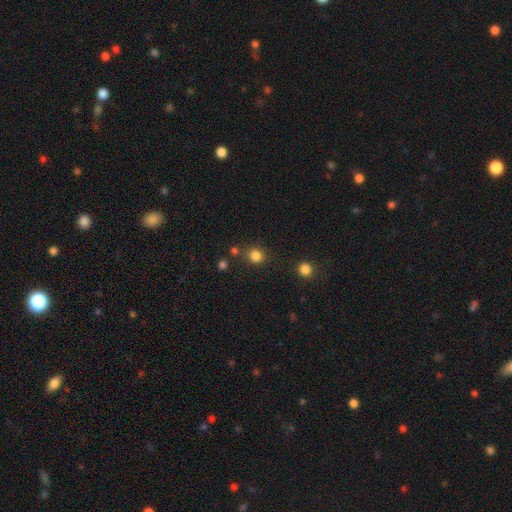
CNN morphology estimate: Smooth or featured? smooth (83%)
How rounded? round (87%)
Merging? none (80%)